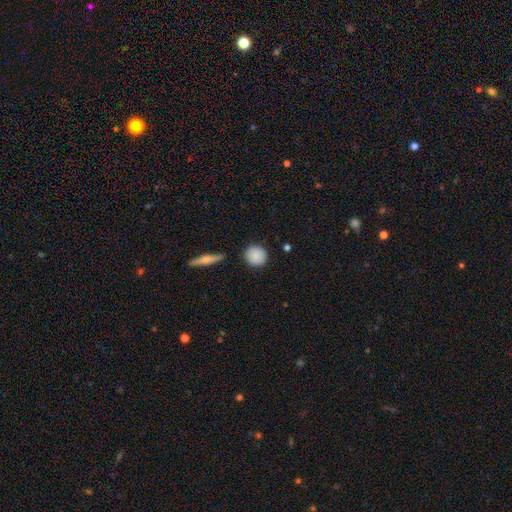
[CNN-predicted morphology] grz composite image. It shows a smooth galaxy with no disk features (86%) that is round (88%). Merging: none (87%).